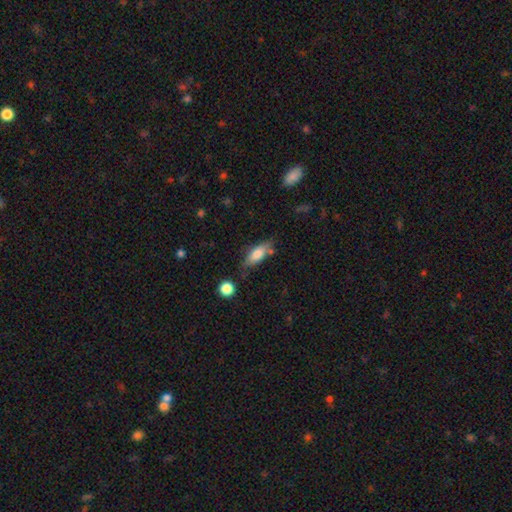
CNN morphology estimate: Q: Smooth or featured?
A: smooth (69%); runner-up: featured or disk (23%)
Q: How rounded?
A: in between (64%); runner-up: cigar-shaped (33%)
Q: Merging?
A: none (71%); runner-up: minor disturbance (19%)